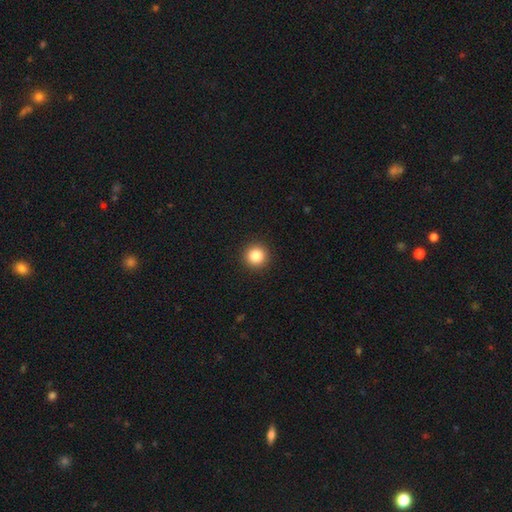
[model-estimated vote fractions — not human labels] Smooth or featured: smooth — 85% (star or artifact — 10%)
How rounded: round — 95% (in between — 4%)
Merging: none — 93% (minor disturbance — 5%)